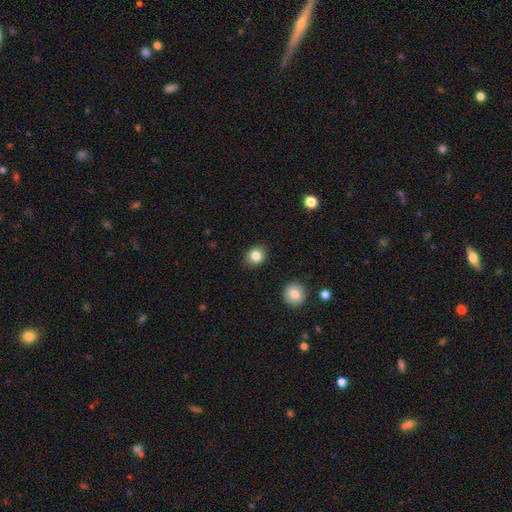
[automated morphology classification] Smooth or featured? Predicted: smooth (p=0.83). How rounded? Predicted: round (p=0.68). Merging? Predicted: none (p=0.88).